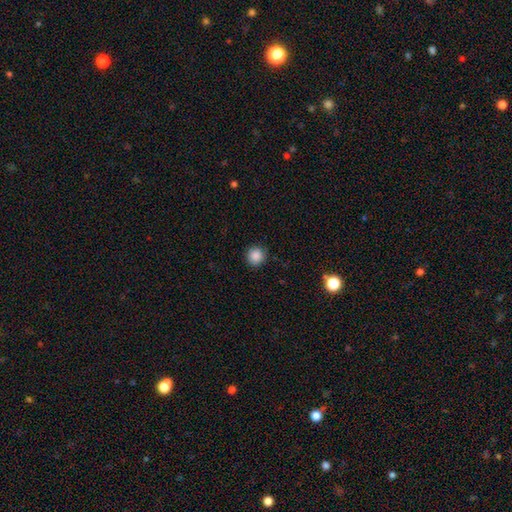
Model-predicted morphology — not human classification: smooth_or_featured: smooth (p=0.87) [alt: star or artifact p=0.10]
how_rounded: round (p=0.94) [alt: in between p=0.06]
merging: none (p=0.91) [alt: minor disturbance p=0.06]